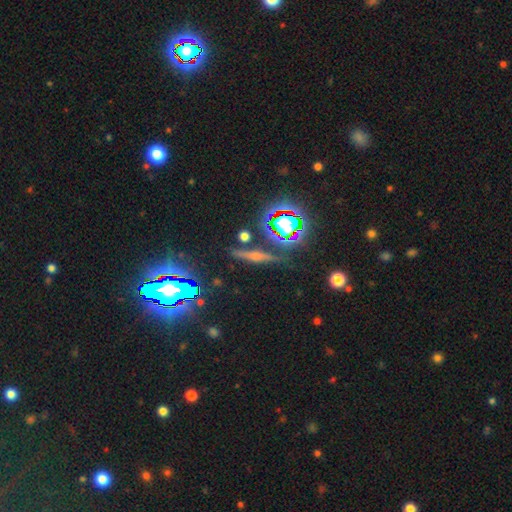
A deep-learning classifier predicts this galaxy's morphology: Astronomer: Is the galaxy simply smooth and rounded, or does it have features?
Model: featured or disk — 49% (runner-up: smooth, 25%).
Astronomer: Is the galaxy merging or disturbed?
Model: none — 84%.